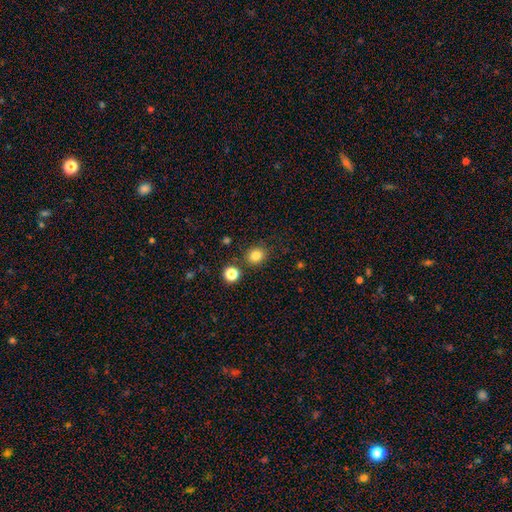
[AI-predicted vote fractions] Morphology: type=smooth (82%); roundness=round (80%); merging=none (84%).